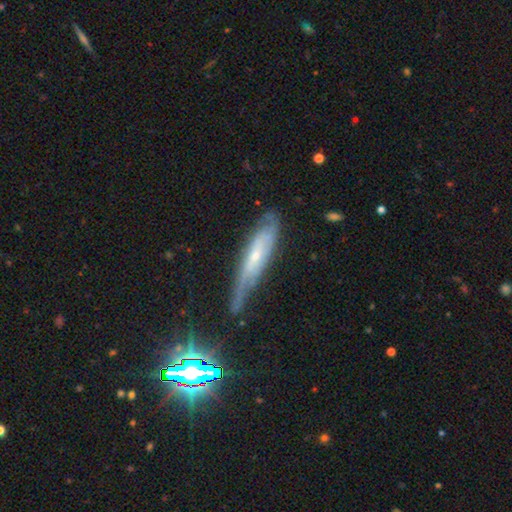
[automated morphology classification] Q: Smooth or featured?
A: featured or disk (67%); runner-up: smooth (23%)
Q: Edge-on disk?
A: no (55%); runner-up: yes (45%)
Q: Merging?
A: none (52%); runner-up: minor disturbance (32%)